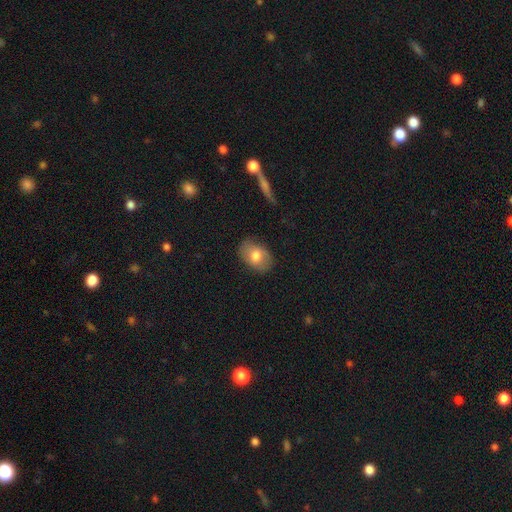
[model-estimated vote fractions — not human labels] Morphology: type=smooth (72%); roundness=in between (77%); merging=none (82%).